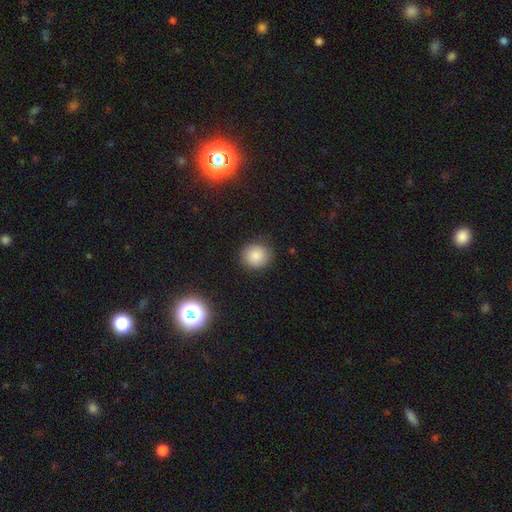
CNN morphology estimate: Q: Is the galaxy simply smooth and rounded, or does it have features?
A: smooth — 85%.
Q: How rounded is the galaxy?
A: round — 86%.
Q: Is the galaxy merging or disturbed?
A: none — 87%.